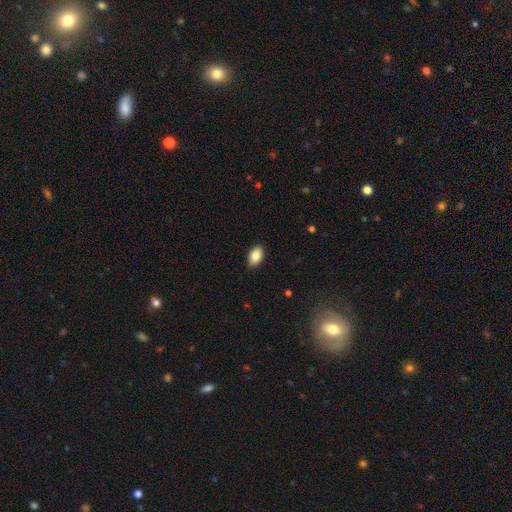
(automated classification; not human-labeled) This appears to be a smooth galaxy with no disk features (86%) that is in between round and cigar-shaped (91%). Merging: none (87%).